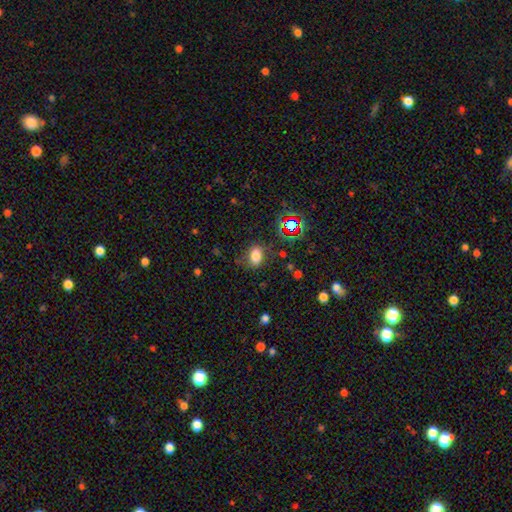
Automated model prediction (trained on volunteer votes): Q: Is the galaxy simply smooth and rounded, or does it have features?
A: smooth — 74%.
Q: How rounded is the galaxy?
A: in between — 76%.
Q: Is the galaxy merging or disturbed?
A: none — 73%.